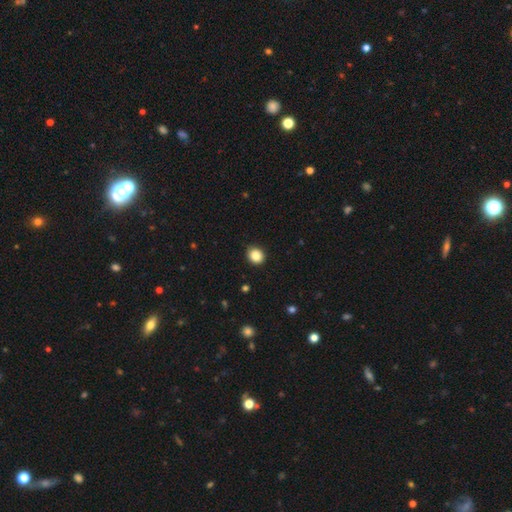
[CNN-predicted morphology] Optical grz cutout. It shows a smooth galaxy with no disk features (86%) that is round (75%). Merging: none (90%).